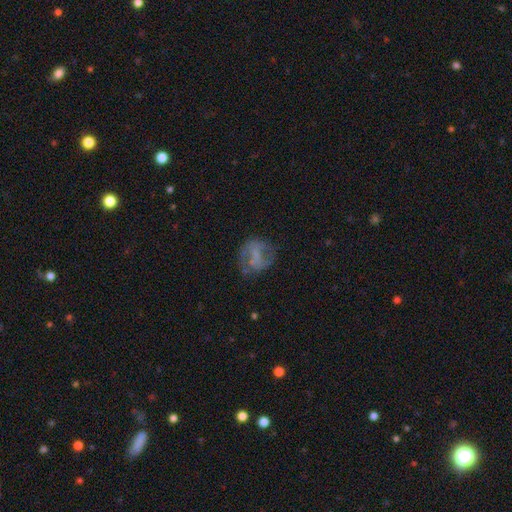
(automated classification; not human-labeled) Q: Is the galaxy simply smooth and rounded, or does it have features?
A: featured or disk — 55%.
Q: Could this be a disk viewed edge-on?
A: no — 97%.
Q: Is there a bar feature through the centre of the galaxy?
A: no — 44%.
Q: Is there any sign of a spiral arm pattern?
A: yes — 56%.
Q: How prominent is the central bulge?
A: none — 56%.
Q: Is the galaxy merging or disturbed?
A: none — 61%.